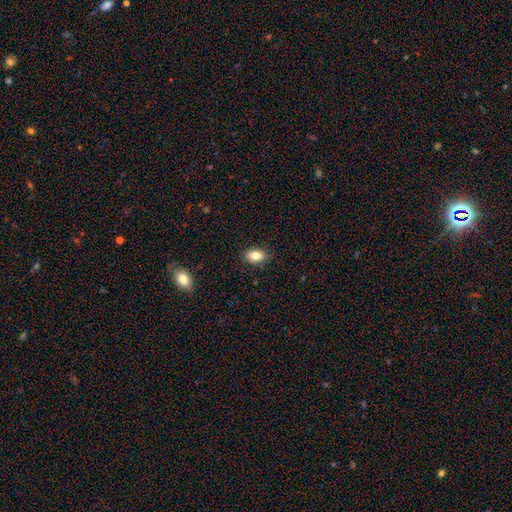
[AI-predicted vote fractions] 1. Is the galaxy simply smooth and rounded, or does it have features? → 83% smooth, 9% star or artifact, 9% featured or disk.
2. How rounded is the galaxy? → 82% in between, 16% round, 2% cigar-shaped.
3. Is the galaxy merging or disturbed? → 87% none, 9% minor disturbance, 2% major disturbance, 1% merger.